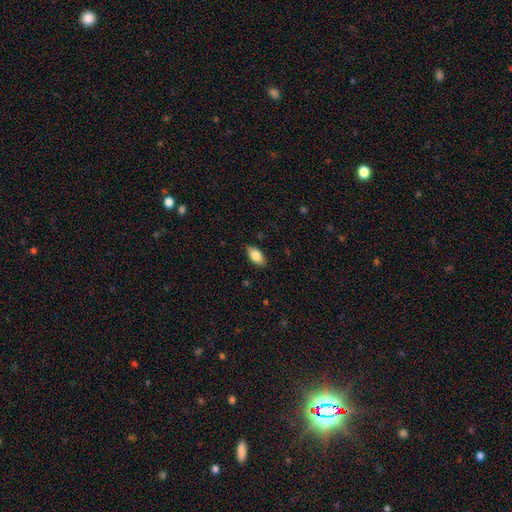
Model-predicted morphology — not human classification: Smooth or featured?
  - smooth: 79% *
  - featured or disk: 14%
  - star or artifact: 7%
How rounded?
  - in between: 90% *
  - cigar-shaped: 6%
  - round: 4%
Merging?
  - none: 85% *
  - minor disturbance: 12%
  - major disturbance: 2%
  - merger: 1%